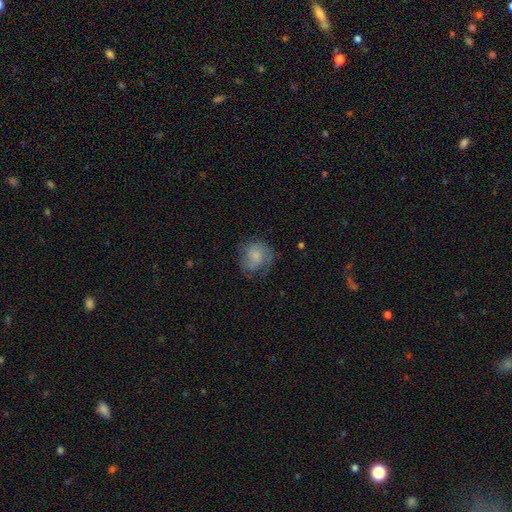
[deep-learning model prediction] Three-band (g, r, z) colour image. It shows a smooth galaxy with no disk features (55%) that is round (77%). Merging: none (60%).